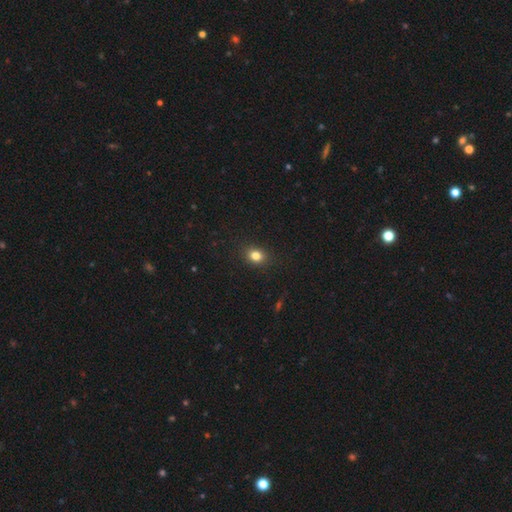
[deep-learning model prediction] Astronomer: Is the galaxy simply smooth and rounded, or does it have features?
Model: smooth — 81%.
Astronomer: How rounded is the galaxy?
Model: round — 55% (runner-up: in between, 43%).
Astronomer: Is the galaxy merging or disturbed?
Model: none — 89%.